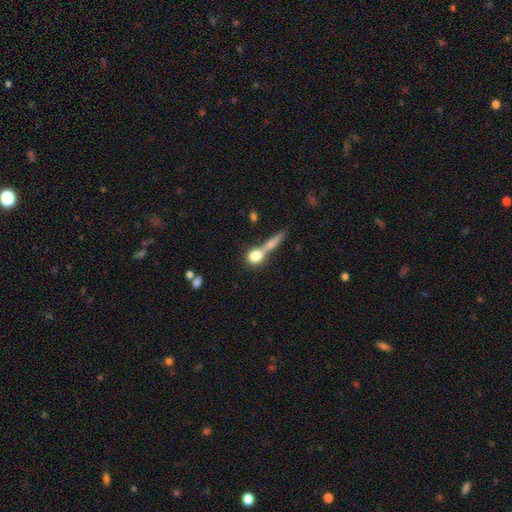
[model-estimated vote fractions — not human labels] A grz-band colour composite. It shows a smooth galaxy with no disk features (75%) that is round (66%). Merging: none (41%).